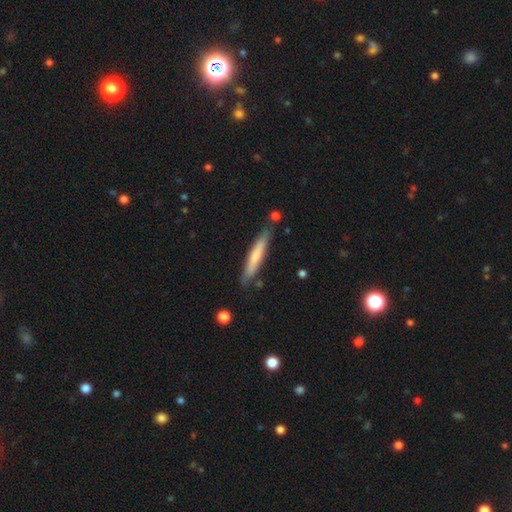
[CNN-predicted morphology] type=smooth (63%); roundness=cigar-shaped (93%); merging=none (79%).